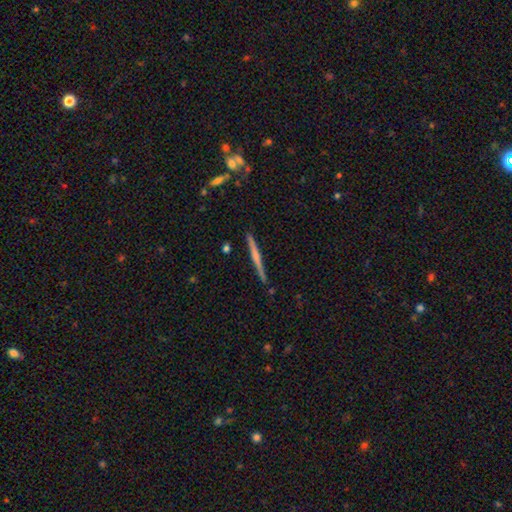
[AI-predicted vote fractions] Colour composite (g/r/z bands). It shows a featured or disk galaxy (58%) viewed edge-on (98%) with no central bulge (50%). Merging: none (89%).